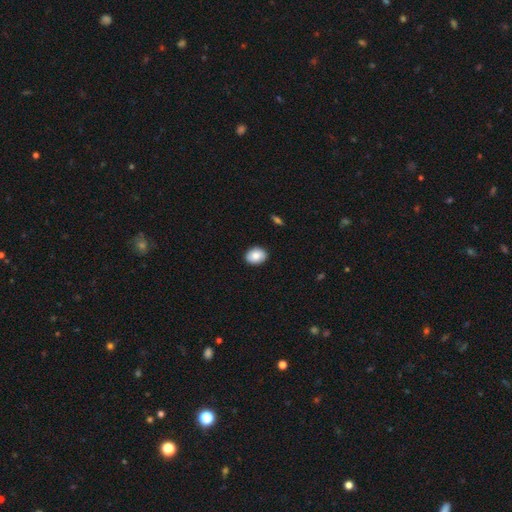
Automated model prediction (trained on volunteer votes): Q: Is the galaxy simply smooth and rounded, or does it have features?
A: smooth — 86%.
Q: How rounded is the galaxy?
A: in between — 66%.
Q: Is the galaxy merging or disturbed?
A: none — 89%.